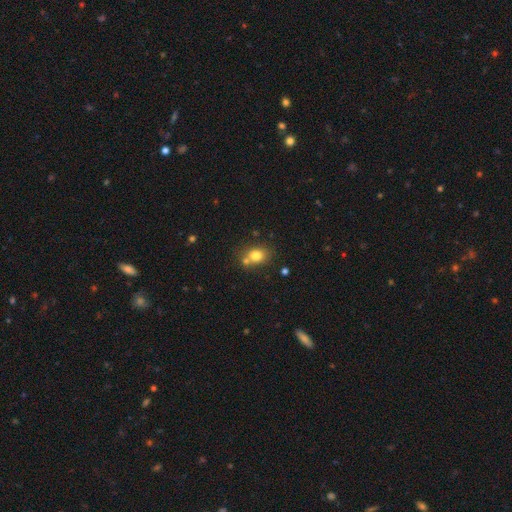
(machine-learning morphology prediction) smooth-or-featured: smooth: 78% | star or artifact: 12% | featured or disk: 10%
  how-rounded: round: 51% | in between: 48% | cigar-shaped: 1%
  merging: none: 59% | merger: 25% | minor disturbance: 13% | major disturbance: 4%